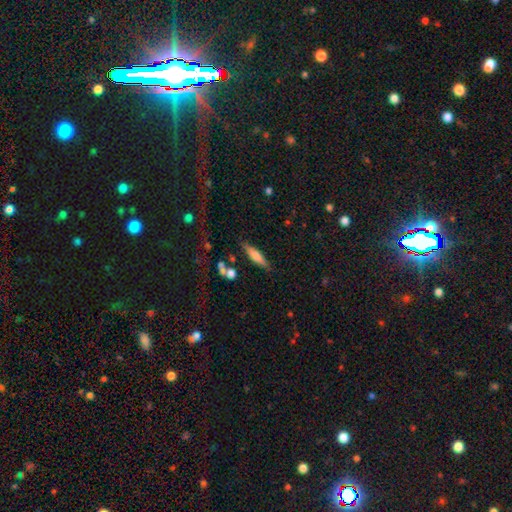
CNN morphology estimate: smooth-or-featured: smooth: 63% | featured or disk: 30% | star or artifact: 7%
  how-rounded: cigar-shaped: 76% | in between: 22% | round: 2%
  merging: none: 79% | minor disturbance: 13% | merger: 5% | major disturbance: 4%